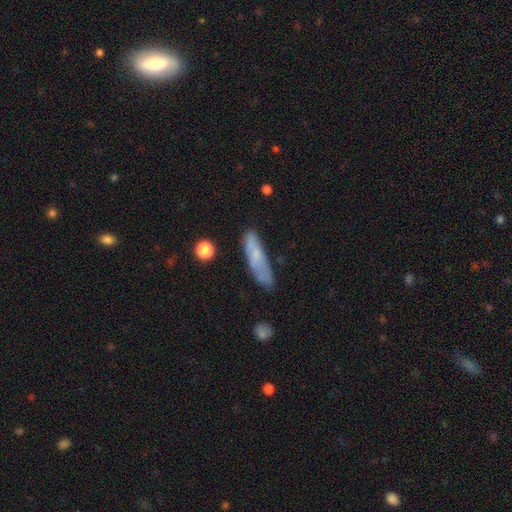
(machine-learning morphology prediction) Smooth or featured? smooth (65%)
How rounded? cigar-shaped (71%)
Merging? none (63%)